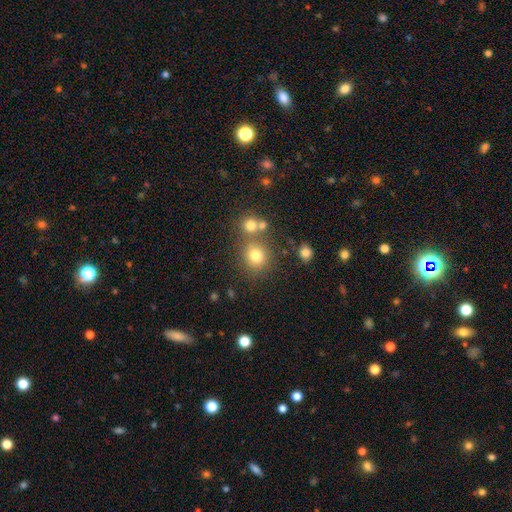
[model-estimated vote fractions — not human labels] Smooth or featured: smooth — 76% (star or artifact — 15%)
How rounded: round — 85% (in between — 14%)
Merging: none — 67% (merger — 19%)